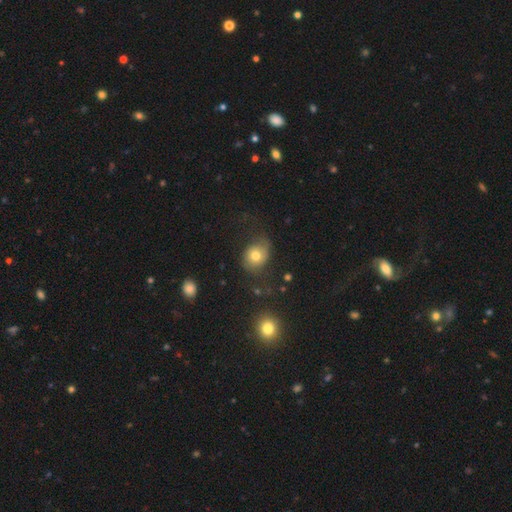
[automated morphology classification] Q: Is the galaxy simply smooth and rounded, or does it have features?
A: smooth — 68%.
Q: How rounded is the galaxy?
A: round — 56%.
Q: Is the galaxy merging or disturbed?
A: none — 51%.